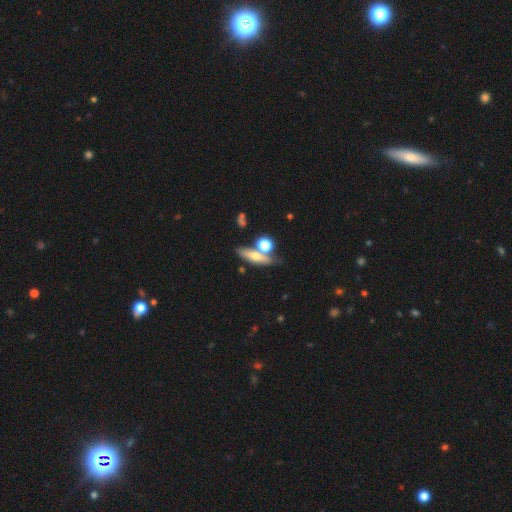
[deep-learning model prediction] smooth_or_featured: smooth (p=0.52) [alt: featured or disk p=0.38]
how_rounded: cigar-shaped (p=0.53) [alt: in between p=0.32]
merging: none (p=0.63) [alt: merger p=0.20]